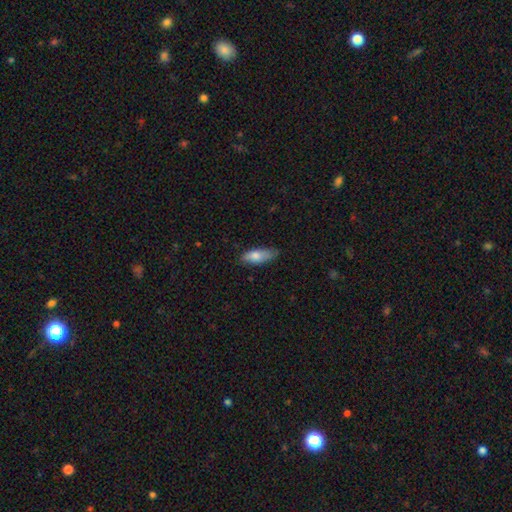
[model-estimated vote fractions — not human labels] smooth-or-featured: smooth: 76% | featured or disk: 17% | star or artifact: 6%
  how-rounded: in between: 69% | cigar-shaped: 28% | round: 2%
  merging: none: 69% | minor disturbance: 25% | major disturbance: 4% | merger: 1%